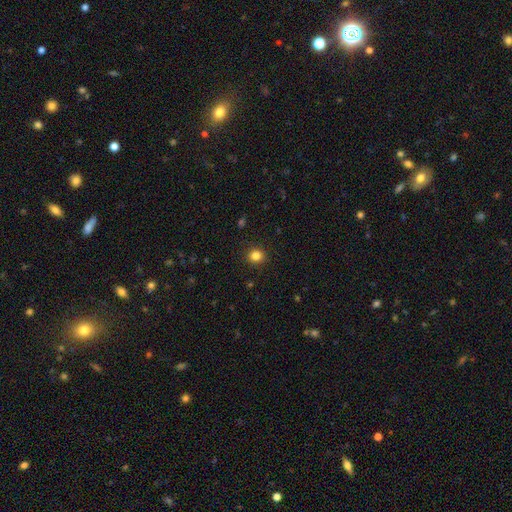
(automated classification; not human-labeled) Overall: smooth (84%). How rounded: round (83%). Merging: none (91%).